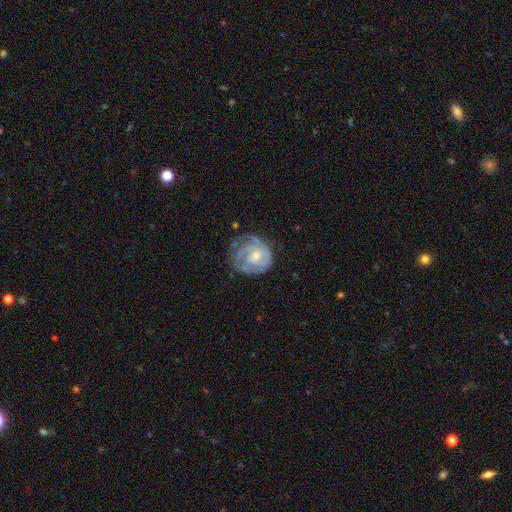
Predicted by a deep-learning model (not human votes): Smooth or featured?
  - featured or disk: 78% *
  - smooth: 17%
  - star or artifact: 5%
Edge-on disk?
  - no: 98% *
  - yes: 2%
Bar?
  - no: 64% *
  - weak: 31%
  - strong: 5%
Spiral arms?
  - yes: 90% *
  - no: 10%
Spiral winding?
  - tight: 66% *
  - medium: 26%
  - loose: 7%
Spiral arm count?
  - can't tell: 31% *
  - 2: 30%
  - 3: 18%
  - 1: 12%
  - 4: 5%
  - more than 4: 3%
Bulge size?
  - small: 51% *
  - moderate: 38%
  - none: 6%
  - large: 3%
  - dominant: 1%
Merging?
  - none: 56% *
  - minor disturbance: 26%
  - major disturbance: 16%
  - merger: 2%